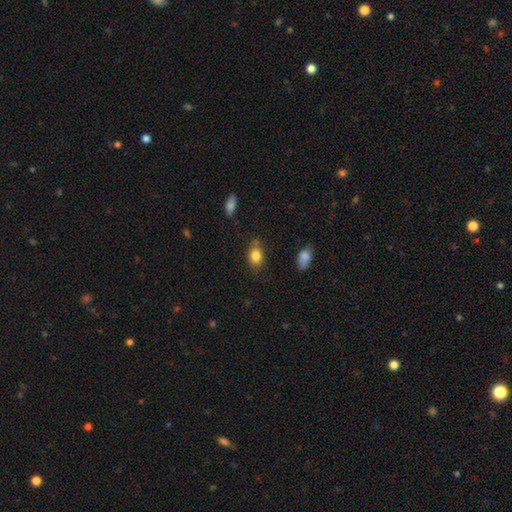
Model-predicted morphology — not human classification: smooth 83%, star or artifact 9%, featured or disk 8%. Down the decision tree: how rounded — in between (72%); merging — none (67%).